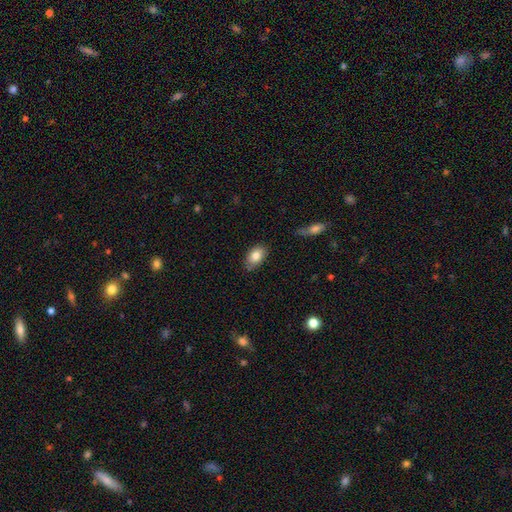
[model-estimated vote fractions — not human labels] smooth_or_featured: smooth (p=0.83) [alt: featured or disk p=0.10]
how_rounded: in between (p=0.89) [alt: round p=0.09]
merging: none (p=0.78) [alt: minor disturbance p=0.17]